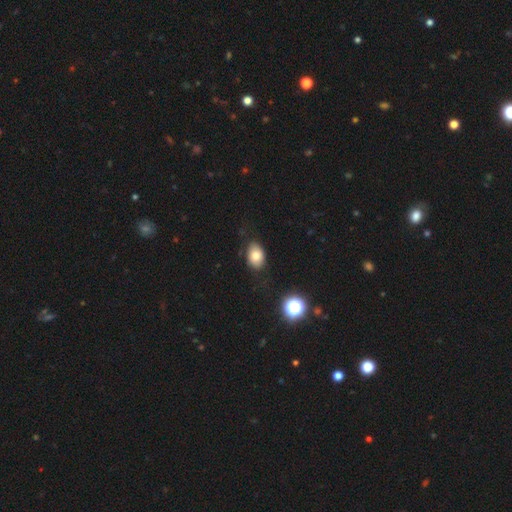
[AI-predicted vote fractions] The model was most divided on "smooth or featured": smooth: 78%, featured or disk: 12%, star or artifact: 10%. More confident: how rounded — in between (84%); merging — none (81%).